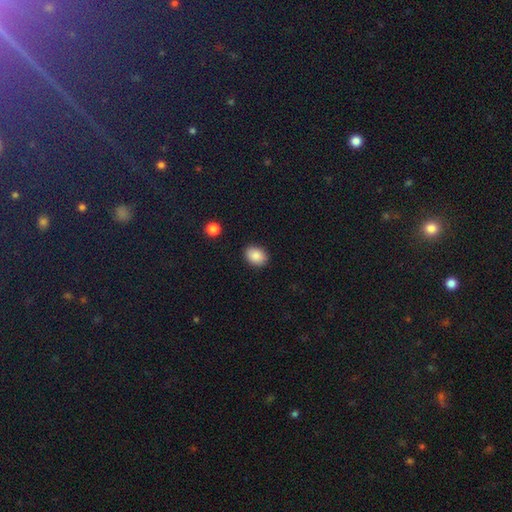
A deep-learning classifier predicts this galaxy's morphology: Smooth or featured?
  - smooth: 86% *
  - star or artifact: 8%
  - featured or disk: 6%
How rounded?
  - in between: 72% *
  - round: 27%
  - cigar-shaped: 1%
Merging?
  - none: 87% *
  - minor disturbance: 9%
  - major disturbance: 2%
  - merger: 1%